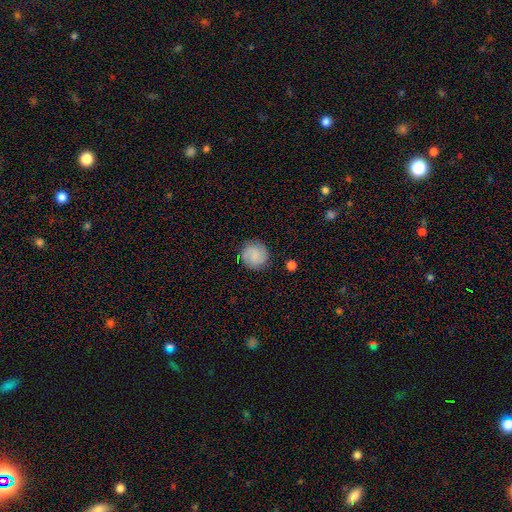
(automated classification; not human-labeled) Q: Smooth or featured?
A: smooth (59%); runner-up: featured or disk (32%)
Q: How rounded?
A: round (91%); runner-up: in between (8%)
Q: Merging?
A: none (85%); runner-up: minor disturbance (10%)